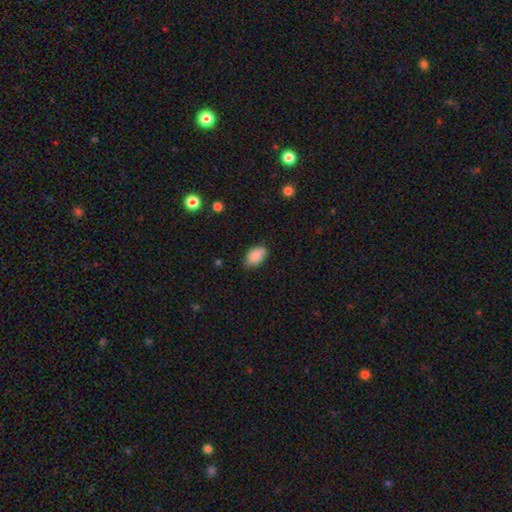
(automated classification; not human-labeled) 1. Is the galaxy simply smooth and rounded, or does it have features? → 88% smooth, 7% star or artifact, 5% featured or disk.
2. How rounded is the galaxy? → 92% in between, 7% round, 2% cigar-shaped.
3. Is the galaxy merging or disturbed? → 76% none, 20% minor disturbance, 3% major disturbance, 1% merger.